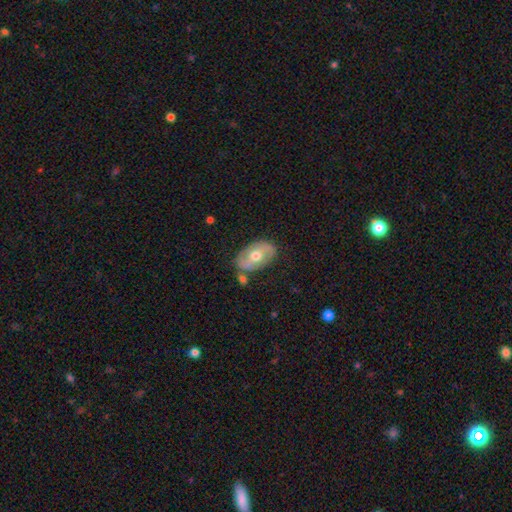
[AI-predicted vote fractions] Overall: featured or disk (53%; smooth 40%). Edge-on disk: no (91%). Merging: none (72%).